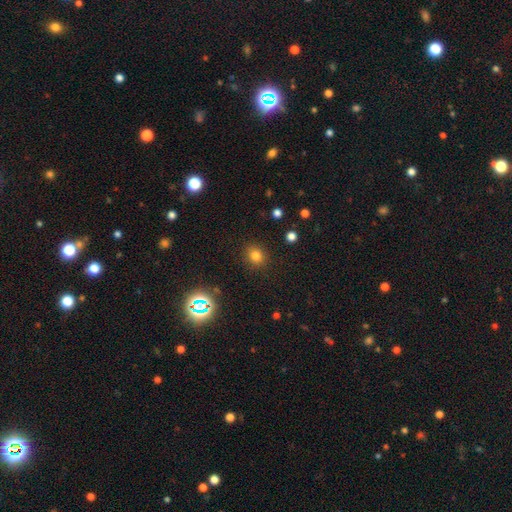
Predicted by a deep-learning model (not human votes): Smooth or featured? Predicted: smooth (p=0.78). How rounded? Predicted: round (p=0.76). Merging? Predicted: none (p=0.89).